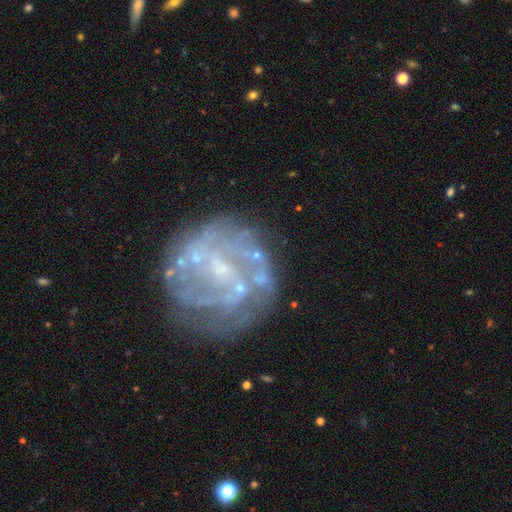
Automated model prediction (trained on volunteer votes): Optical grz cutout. It shows a featured or disk galaxy (79%) with no bar (48%), tight (43%) spiral arms (74%) and a small central bulge (49%). Merging: none (58%).